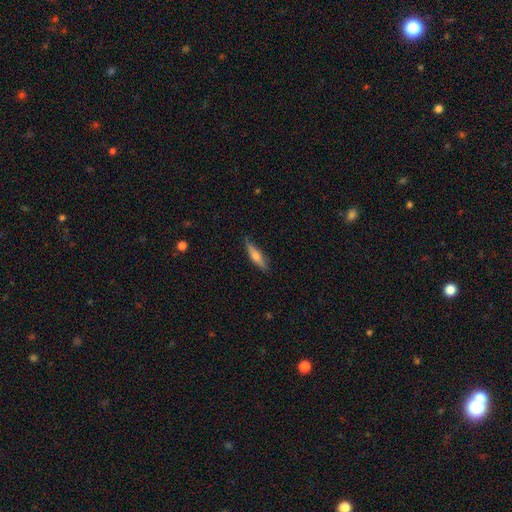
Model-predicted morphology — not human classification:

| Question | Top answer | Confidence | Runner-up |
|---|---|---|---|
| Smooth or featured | smooth | 47% | tied: featured or disk (47%) |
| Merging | none | 86% | minor disturbance (11%) |